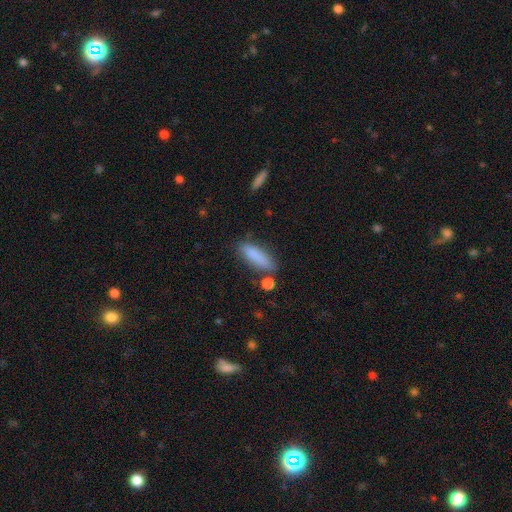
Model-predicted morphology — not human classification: Q: Smooth or featured?
A: smooth (85%); runner-up: featured or disk (8%)
Q: How rounded?
A: cigar-shaped (57%); runner-up: in between (41%)
Q: Merging?
A: none (75%); runner-up: minor disturbance (16%)